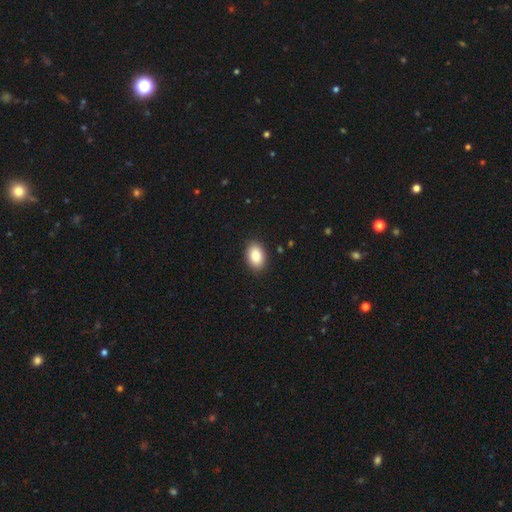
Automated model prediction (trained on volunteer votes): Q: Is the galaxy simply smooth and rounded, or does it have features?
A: smooth — 85%.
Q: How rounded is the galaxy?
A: in between — 86%.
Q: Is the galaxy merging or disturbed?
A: none — 89%.